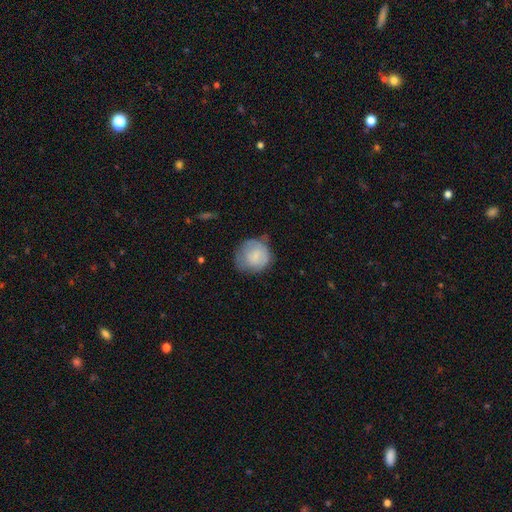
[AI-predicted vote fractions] Smooth or featured?
  - smooth: 71% *
  - featured or disk: 22%
  - star or artifact: 7%
How rounded?
  - round: 84% *
  - in between: 15%
  - cigar-shaped: 1%
Merging?
  - none: 51% *
  - minor disturbance: 33%
  - major disturbance: 14%
  - merger: 2%